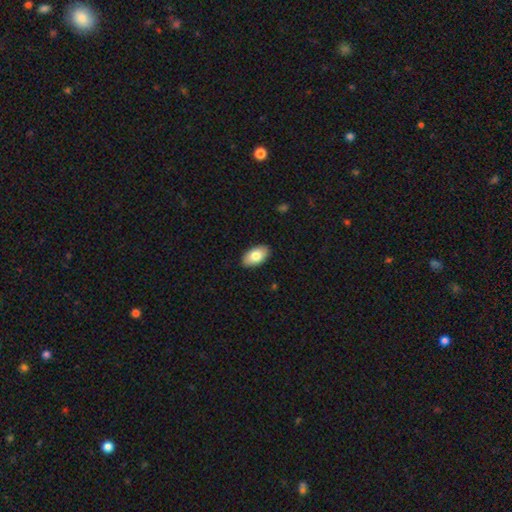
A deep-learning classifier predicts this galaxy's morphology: smooth-or-featured: smooth: 81% | featured or disk: 13% | star or artifact: 6%
  how-rounded: in between: 95% | round: 3% | cigar-shaped: 2%
  merging: none: 89% | minor disturbance: 8% | major disturbance: 2% | merger: 1%